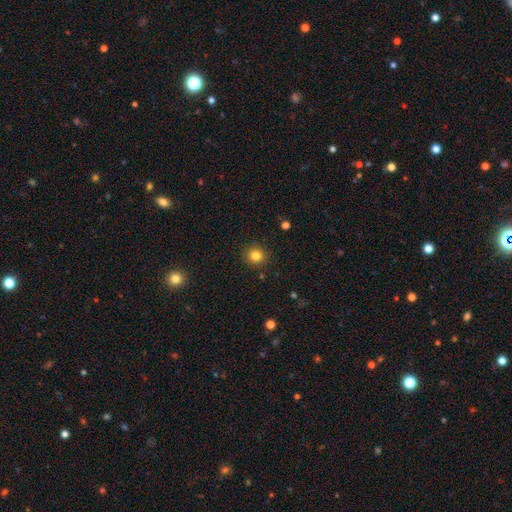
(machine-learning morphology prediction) Overall: smooth (82%). How rounded: round (91%). Merging: none (90%).